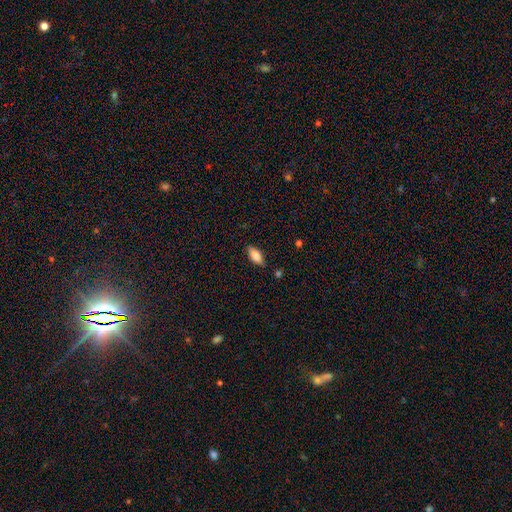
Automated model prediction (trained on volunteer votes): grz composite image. It shows a smooth galaxy with no disk features (81%) that is in between round and cigar-shaped (81%). Merging: none (80%).